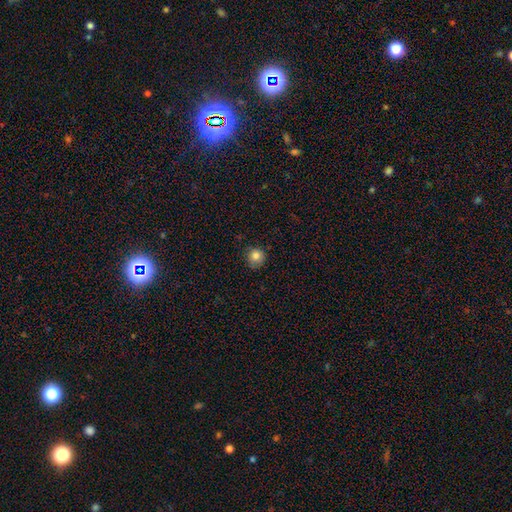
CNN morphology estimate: Overall: smooth (83%). How rounded: round (90%). Merging: none (78%).